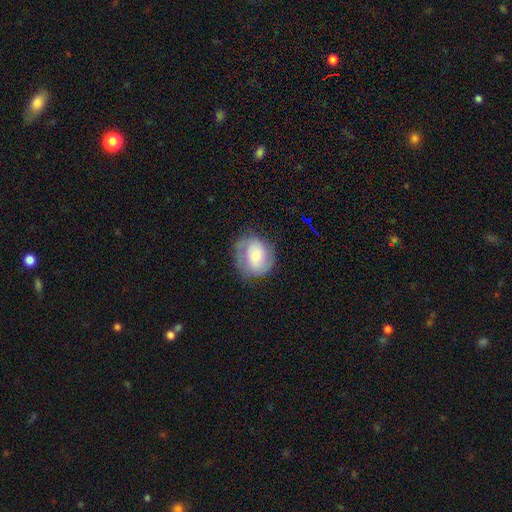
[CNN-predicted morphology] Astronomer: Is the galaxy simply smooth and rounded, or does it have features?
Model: smooth — 51% (runner-up: featured or disk, 42%).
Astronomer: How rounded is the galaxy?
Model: round — 71%.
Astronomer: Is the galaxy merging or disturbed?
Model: none — 69%.